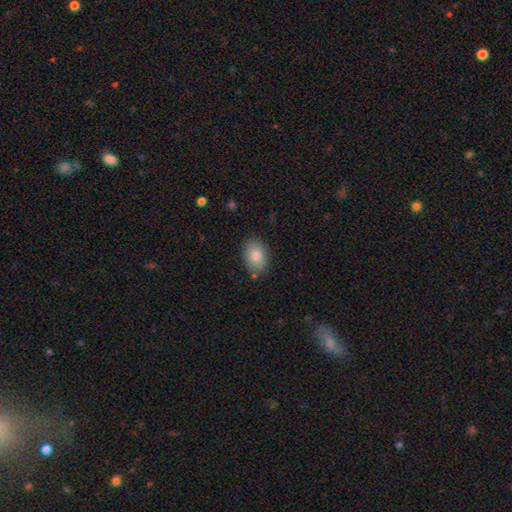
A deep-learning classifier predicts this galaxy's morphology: The model was most divided on "how rounded": in between: 81%, round: 18%, cigar-shaped: 1%. More confident: merging — none (83%); smooth or featured — smooth (83%).